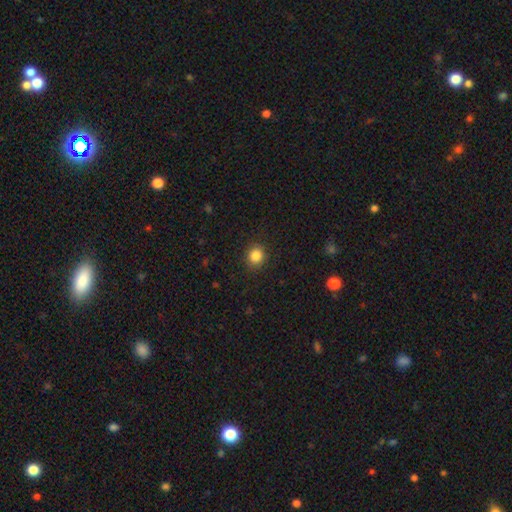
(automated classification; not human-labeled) Smooth or featured?
  - smooth: 85% *
  - star or artifact: 10%
  - featured or disk: 4%
How rounded?
  - round: 84% *
  - in between: 15%
  - cigar-shaped: 1%
Merging?
  - none: 90% *
  - minor disturbance: 6%
  - major disturbance: 2%
  - merger: 1%